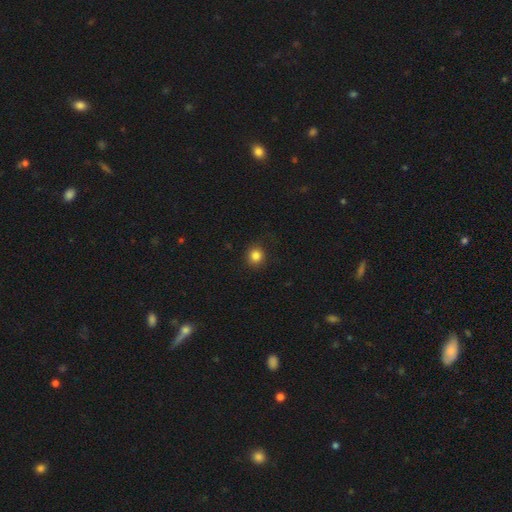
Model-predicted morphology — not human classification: A smooth galaxy with no disk features (84%) that is round (87%).

Vote fractions:
- Smooth or featured? smooth: 84% / star or artifact: 12% / featured or disk: 5%
- How rounded? round: 87% / in between: 12% / cigar-shaped: 1%
- Merging? none: 88% / minor disturbance: 8% / major disturbance: 3% / merger: 1%